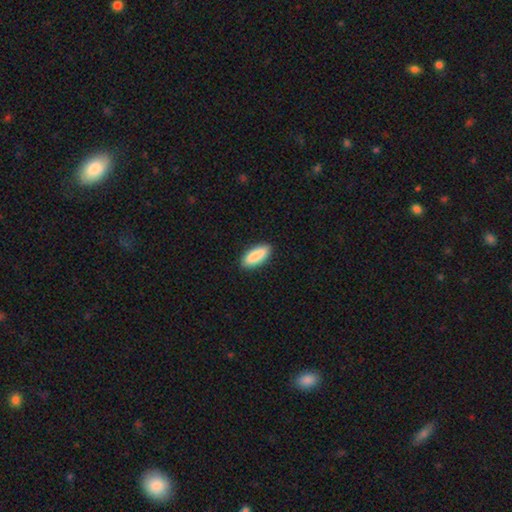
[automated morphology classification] Smooth or featured? Predicted: smooth (p=0.89). How rounded? Predicted: in between (p=0.70). Merging? Predicted: none (p=0.89).